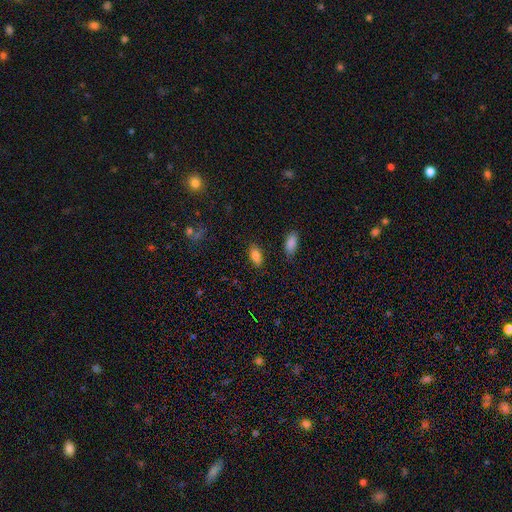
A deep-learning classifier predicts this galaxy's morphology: smooth_or_featured: smooth (p=0.84) [alt: star or artifact p=0.09]
how_rounded: in between (p=0.90) [alt: cigar-shaped p=0.06]
merging: none (p=0.86) [alt: minor disturbance p=0.09]